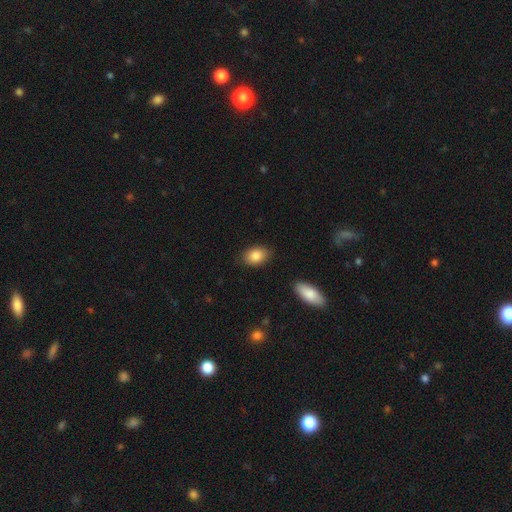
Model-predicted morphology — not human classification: smooth 86%, star or artifact 7%, featured or disk 7%. Down the decision tree: how rounded — in between (84%); merging — none (86%).